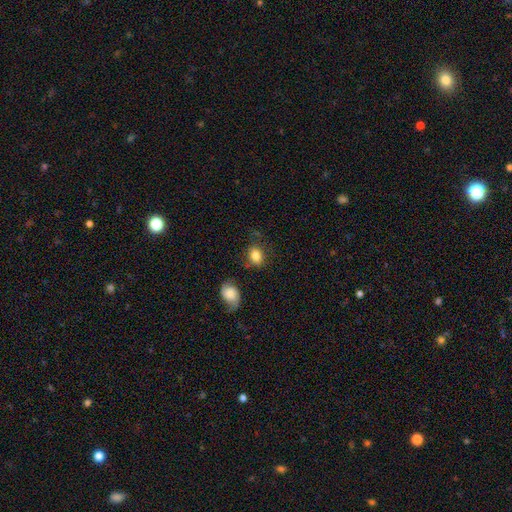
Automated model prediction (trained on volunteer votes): Morphology: type=smooth (83%); roundness=in between (63%); merging=none (71%).